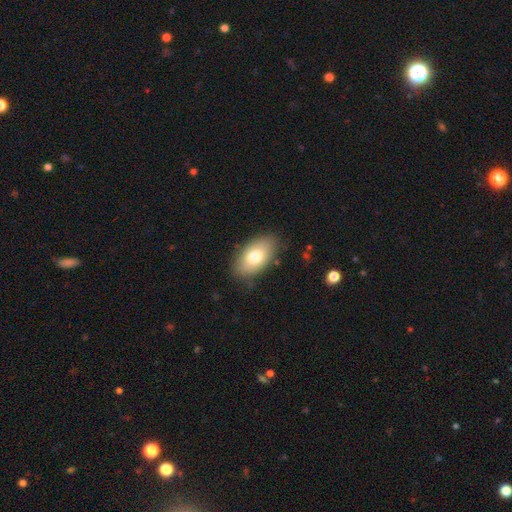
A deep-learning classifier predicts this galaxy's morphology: A smooth galaxy with no disk features (74%) that is in between round and cigar-shaped (93%).

Vote fractions:
- Smooth or featured? smooth: 74% / featured or disk: 20% / star or artifact: 7%
- How rounded? in between: 93% / round: 5% / cigar-shaped: 2%
- Merging? none: 85% / minor disturbance: 12% / major disturbance: 3% / merger: 1%